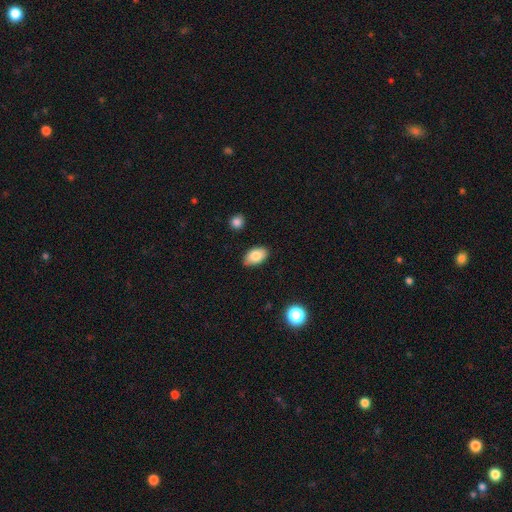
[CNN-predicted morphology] smooth_or_featured: smooth (p=0.83) [alt: featured or disk p=0.09]
how_rounded: in between (p=0.93) [alt: round p=0.06]
merging: none (p=0.83) [alt: minor disturbance p=0.13]